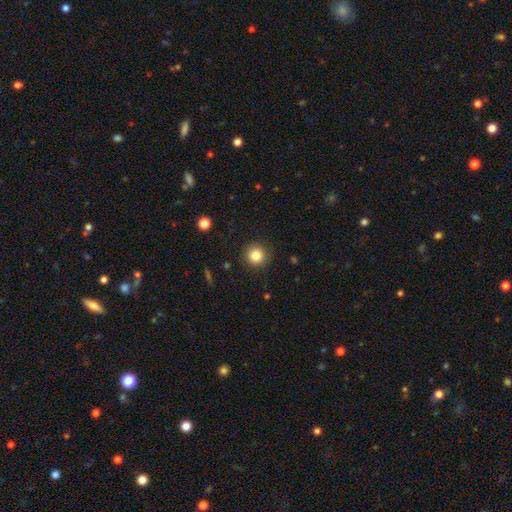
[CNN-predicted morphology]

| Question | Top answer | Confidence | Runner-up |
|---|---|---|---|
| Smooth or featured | smooth | 84% | star or artifact (11%) |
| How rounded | round | 95% | in between (4%) |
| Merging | none | 90% | minor disturbance (6%) |